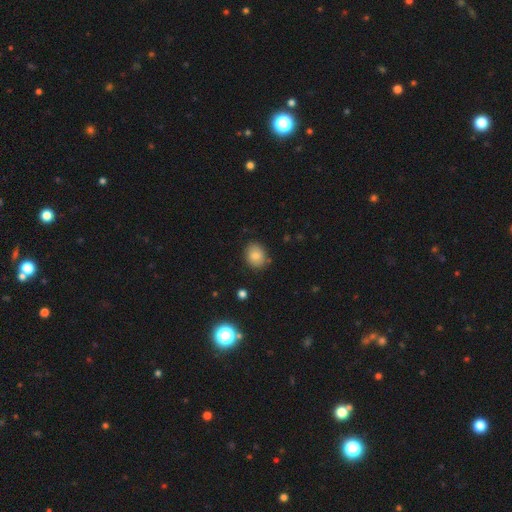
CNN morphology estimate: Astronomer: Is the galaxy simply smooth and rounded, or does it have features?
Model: smooth — 78%.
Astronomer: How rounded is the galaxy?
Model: round — 53% (runner-up: in between, 46%).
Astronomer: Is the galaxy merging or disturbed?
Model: none — 82%.